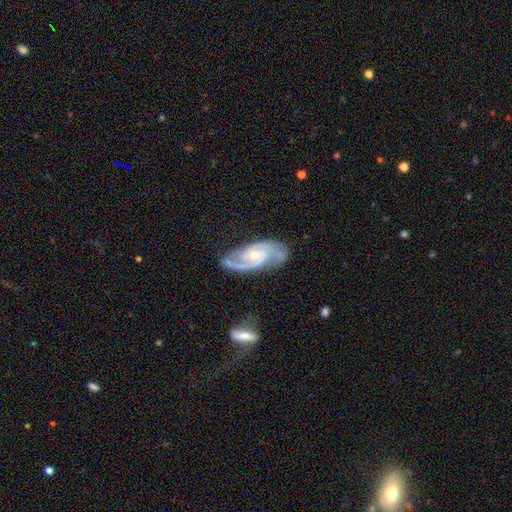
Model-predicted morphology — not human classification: Smooth or featured: featured or disk — 90% (smooth — 5%)
Edge-on disk: no — 95% (yes — 5%)
Bar: weak — 44% (tied with no — 44%)
Spiral arms: yes — 98% (no — 2%)
Spiral winding: medium — 51% (tight — 38%)
Spiral arm count: 2 — 81% (3 — 8%)
Bulge size: small — 57% (moderate — 37%)
Merging: none — 71% (minor disturbance — 19%)